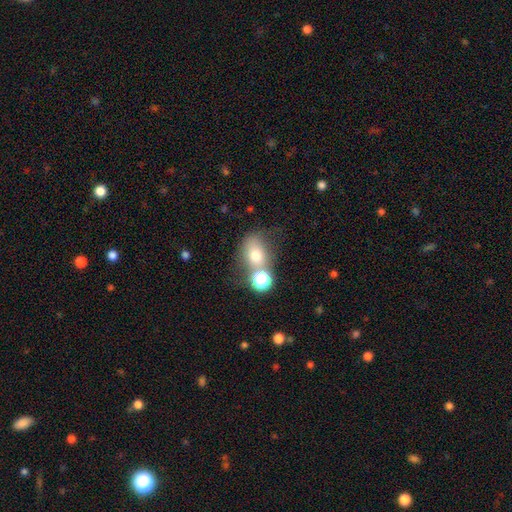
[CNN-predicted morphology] smooth 68%, featured or disk 17%, star or artifact 15%. Down the decision tree: how rounded — in between (51%); merging — none (44%).